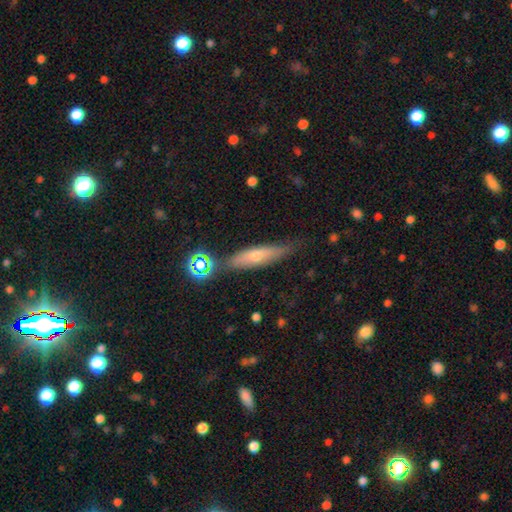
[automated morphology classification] This is possibly a smooth galaxy (52%). How rounded: likely cigar-shaped (73%). Merging: likely none (74%).